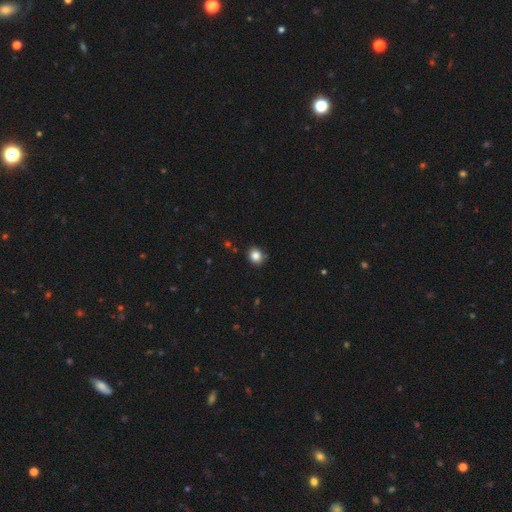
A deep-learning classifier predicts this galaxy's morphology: The model was most divided on "how rounded": round: 71%, in between: 28%, cigar-shaped: 1%. More confident: merging — none (85%); smooth or featured — smooth (84%).